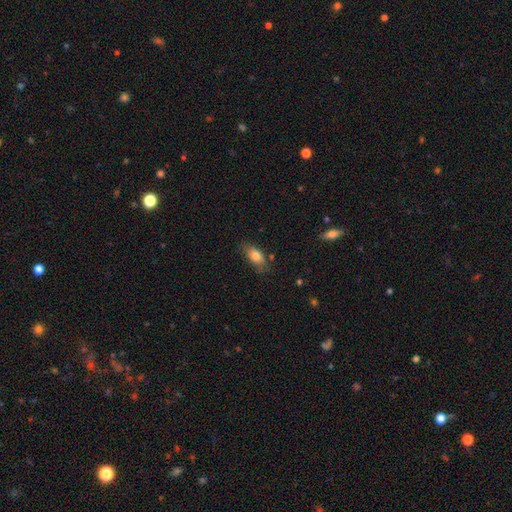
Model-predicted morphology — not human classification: Q: Smooth or featured?
A: smooth (78%); runner-up: featured or disk (14%)
Q: How rounded?
A: in between (86%); runner-up: cigar-shaped (10%)
Q: Merging?
A: none (71%); runner-up: minor disturbance (21%)